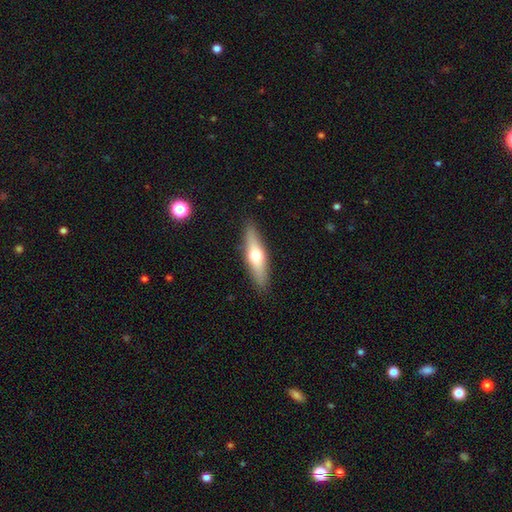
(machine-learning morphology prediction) smooth-or-featured: smooth: 51% | featured or disk: 43% | star or artifact: 6%
  how-rounded: cigar-shaped: 70% | in between: 28% | round: 2%
  merging: none: 89% | minor disturbance: 8% | major disturbance: 2% | merger: 1%